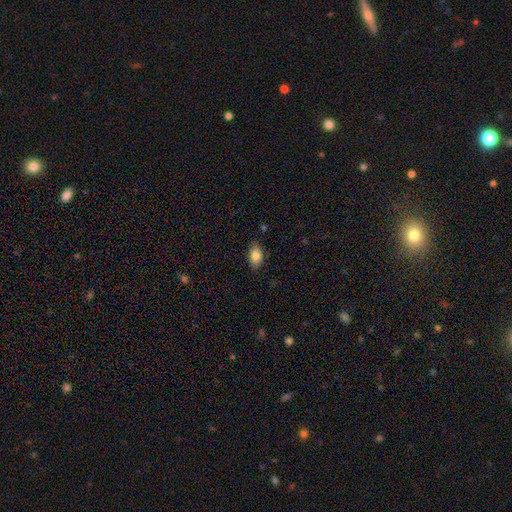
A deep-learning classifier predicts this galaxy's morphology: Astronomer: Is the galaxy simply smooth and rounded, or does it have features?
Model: smooth — 84%.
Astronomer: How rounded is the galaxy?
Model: in between — 90%.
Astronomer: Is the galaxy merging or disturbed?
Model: none — 83%.